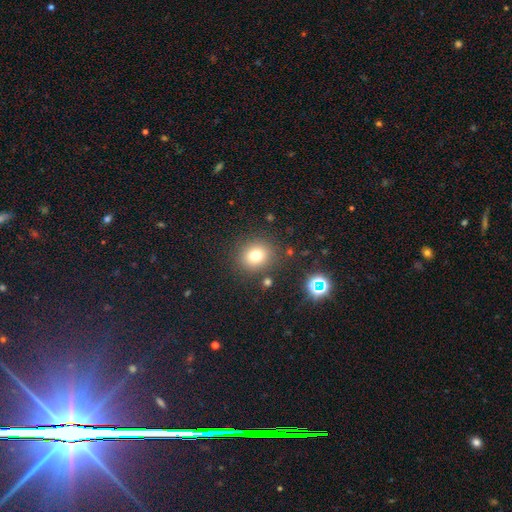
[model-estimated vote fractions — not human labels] smooth-or-featured: smooth: 75% | star or artifact: 16% | featured or disk: 9%
  how-rounded: round: 80% | in between: 19% | cigar-shaped: 1%
  merging: none: 85% | minor disturbance: 8% | major disturbance: 4% | merger: 3%